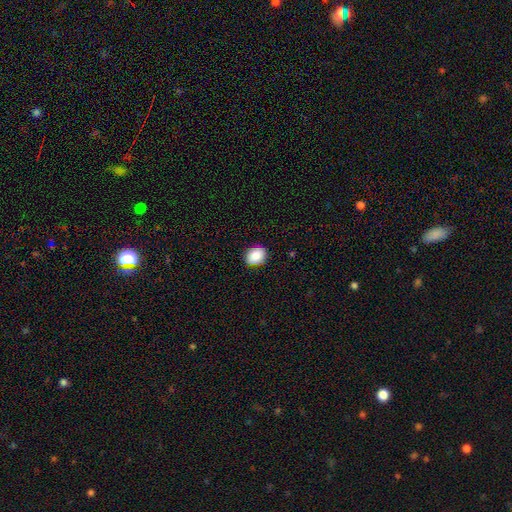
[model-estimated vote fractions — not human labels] A smooth galaxy with no disk features (86%) that is in between round and cigar-shaped (52%).

Vote fractions:
- Smooth or featured? smooth: 86% / star or artifact: 8% / featured or disk: 6%
- How rounded? in between: 52% / round: 47% / cigar-shaped: 1%
- Merging? none: 85% / minor disturbance: 12% / major disturbance: 2% / merger: 1%